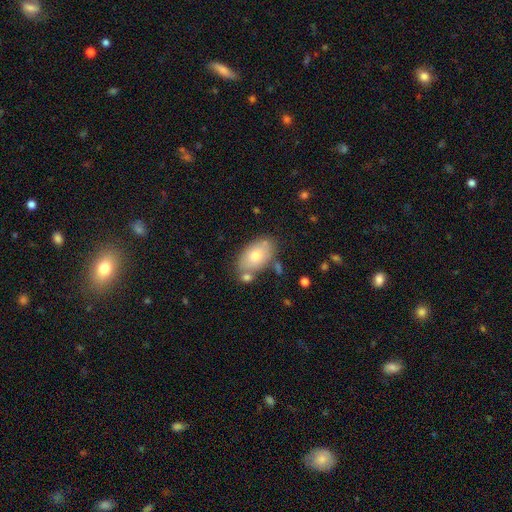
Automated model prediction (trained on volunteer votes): smooth_or_featured: smooth (p=0.72) [alt: featured or disk p=0.21]
how_rounded: in between (p=0.92) [alt: round p=0.06]
merging: none (p=0.66) [alt: minor disturbance p=0.17]